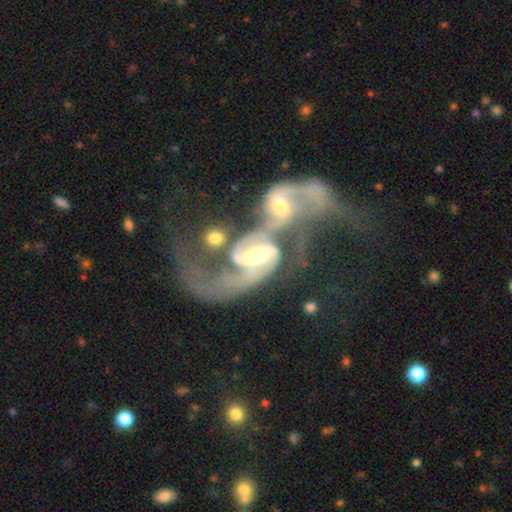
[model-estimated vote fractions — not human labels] featured or disk 88%, smooth 7%, star or artifact 6%. Down the decision tree: edge-on disk — no (97%); bar — weak (43%); spiral arms — yes (94%); spiral arm count — 2 (75%); spiral winding — loose (45%); bulge size — moderate (59%); merging — merger (79%).